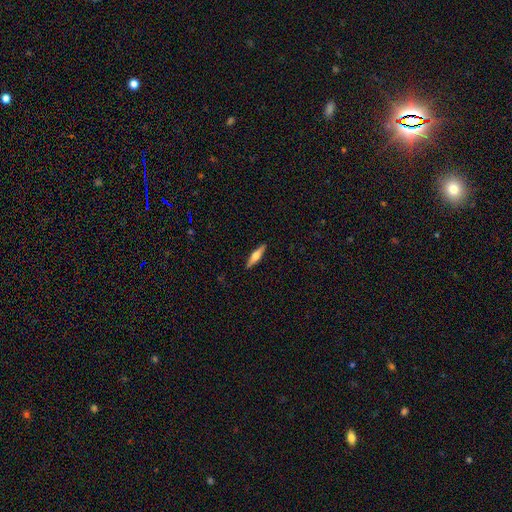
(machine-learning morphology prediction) Smooth or featured?
  - featured or disk: 49% *
  - smooth: 45%
  - star or artifact: 6%
Merging?
  - none: 90% *
  - minor disturbance: 7%
  - major disturbance: 2%
  - merger: 1%